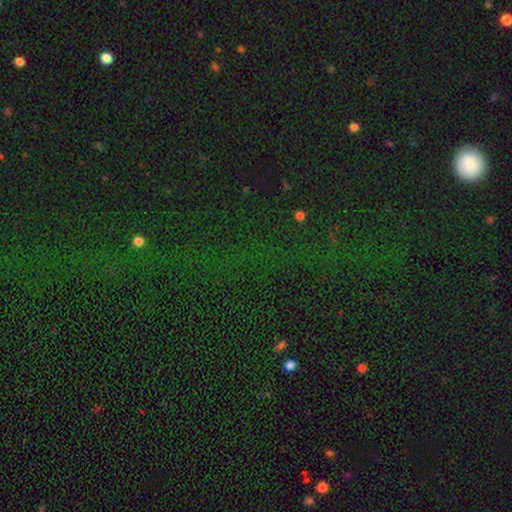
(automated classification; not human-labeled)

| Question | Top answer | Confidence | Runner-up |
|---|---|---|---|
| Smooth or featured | star or artifact | 80% | smooth (12%) |